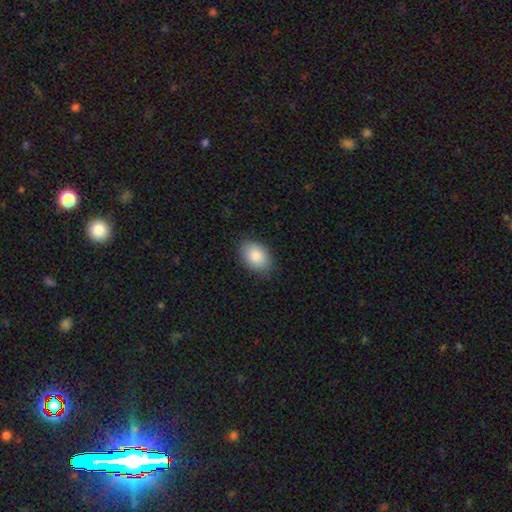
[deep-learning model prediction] This is clearly a smooth galaxy (87%). How rounded: clearly in between (85%). Merging: clearly none (86%).